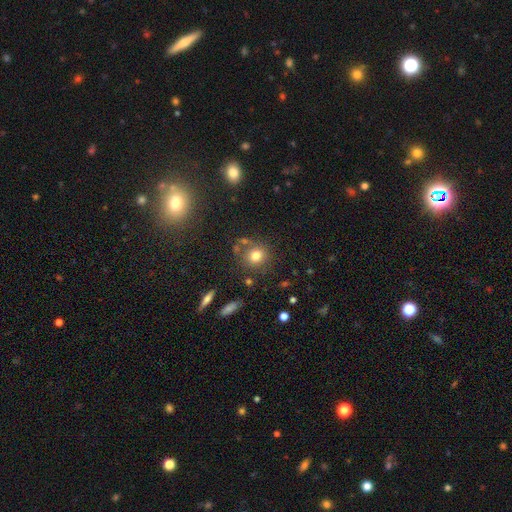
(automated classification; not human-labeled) smooth-or-featured: smooth: 76% | star or artifact: 15% | featured or disk: 9%
  how-rounded: round: 85% | in between: 14% | cigar-shaped: 1%
  merging: none: 76% | minor disturbance: 11% | merger: 8% | major disturbance: 4%